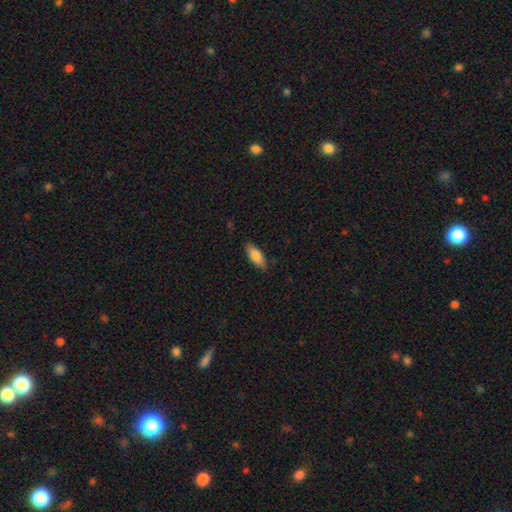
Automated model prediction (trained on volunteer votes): smooth-or-featured: smooth: 82% | featured or disk: 12% | star or artifact: 6%
  how-rounded: in between: 78% | cigar-shaped: 20% | round: 2%
  merging: none: 83% | minor disturbance: 14% | major disturbance: 2% | merger: 1%